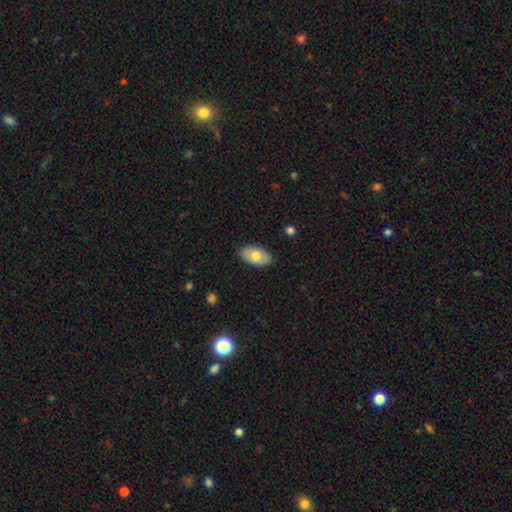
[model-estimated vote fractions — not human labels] Q: Smooth or featured?
A: smooth (71%); runner-up: featured or disk (23%)
Q: How rounded?
A: in between (94%); runner-up: round (4%)
Q: Merging?
A: none (85%); runner-up: minor disturbance (11%)